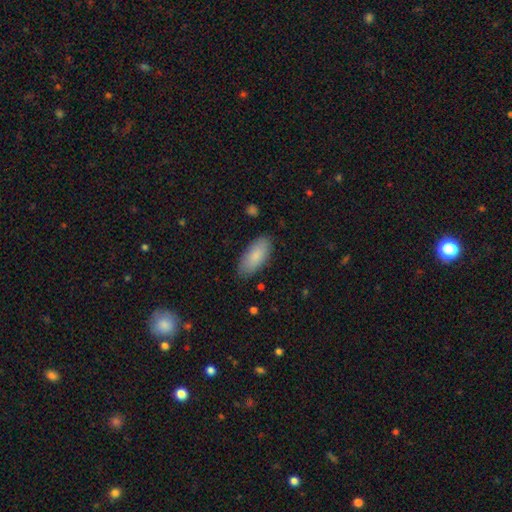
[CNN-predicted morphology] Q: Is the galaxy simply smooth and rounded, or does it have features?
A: smooth — 85%.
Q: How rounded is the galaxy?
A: in between — 87%.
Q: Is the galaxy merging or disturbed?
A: none — 85%.